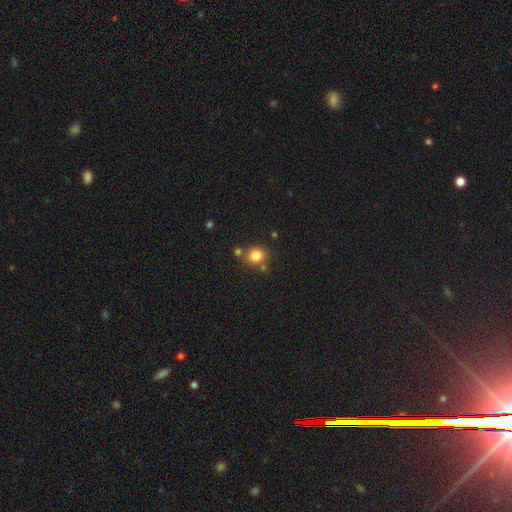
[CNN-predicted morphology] smooth_or_featured: smooth (p=0.81) [alt: star or artifact p=0.12]
how_rounded: round (p=0.73) [alt: in between p=0.26]
merging: none (p=0.73) [alt: merger p=0.13]